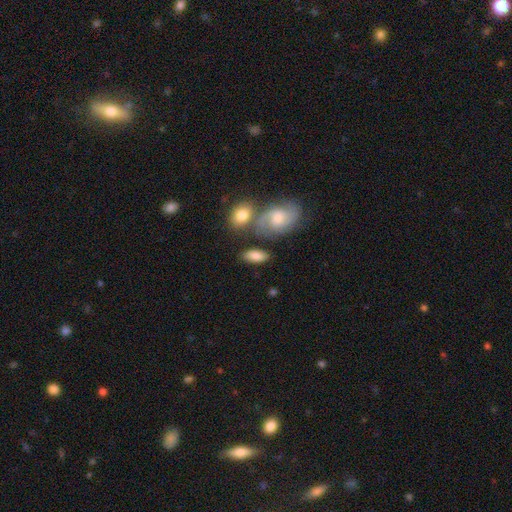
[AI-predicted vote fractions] smooth_or_featured: smooth (p=0.75) [alt: featured or disk p=0.18]
how_rounded: in between (p=0.87) [alt: cigar-shaped p=0.08]
merging: none (p=0.65) [alt: minor disturbance p=0.16]